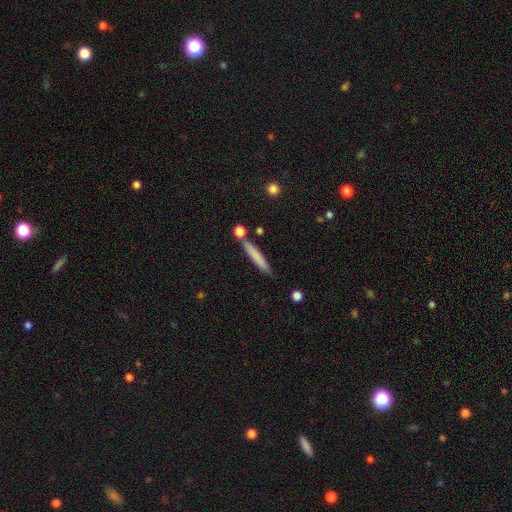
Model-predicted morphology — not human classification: This is likely a smooth galaxy (74%). How rounded: clearly cigar-shaped (94%). Merging: likely none (79%).